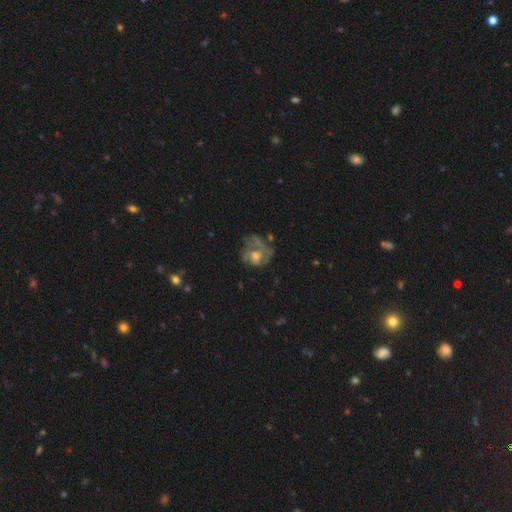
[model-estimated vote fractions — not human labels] Morphology: type=featured or disk (58%); edge-on=no (97%); bar=no (78%); spiral arms=no (52%); bulge=moderate (51%); merging=none (41%).